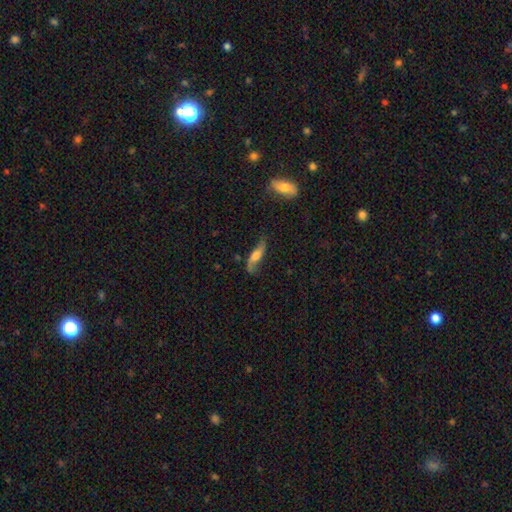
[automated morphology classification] Smooth or featured: featured or disk — 49% (smooth — 43%)
Merging: none — 61% (minor disturbance — 25%)